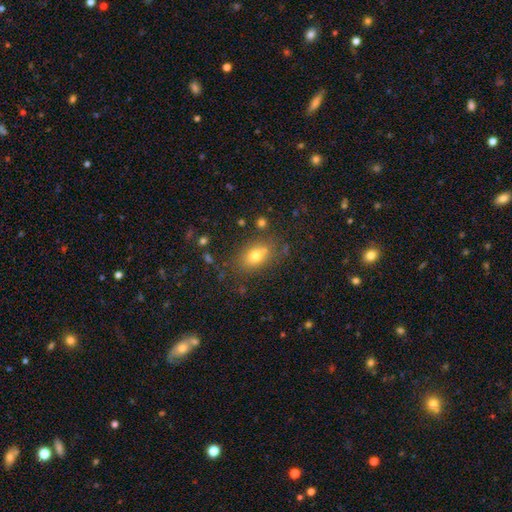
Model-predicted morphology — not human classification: smooth_or_featured: smooth (p=0.74) [alt: star or artifact p=0.14]
how_rounded: in between (p=0.75) [alt: round p=0.23]
merging: none (p=0.74) [alt: minor disturbance p=0.14]